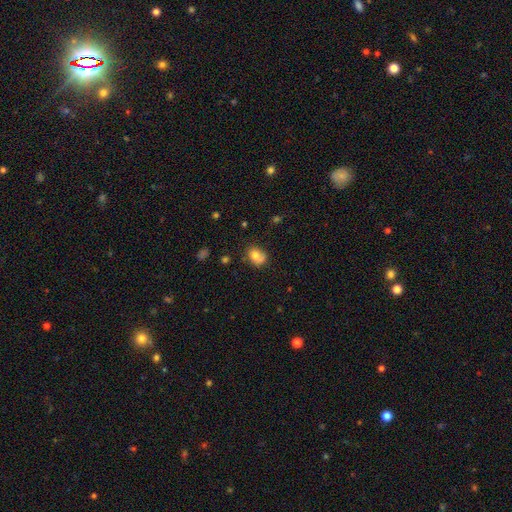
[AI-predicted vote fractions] smooth 75%, featured or disk 15%, star or artifact 10%. Down the decision tree: how rounded — round (53%); merging — none (57%).